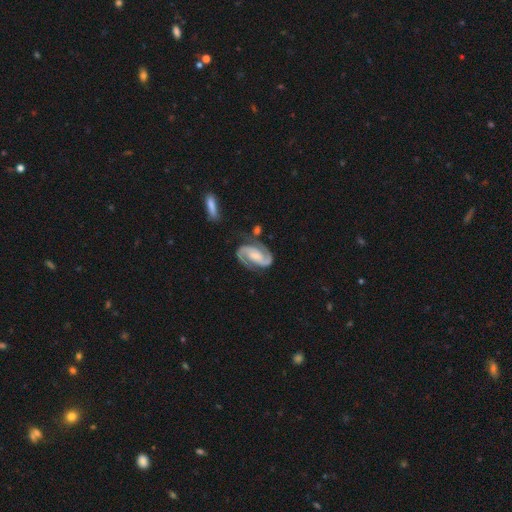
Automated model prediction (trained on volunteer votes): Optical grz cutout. It shows a featured or disk galaxy (91%) with a weak bar (39%), 2 (94%) medium (54%) spiral arms (98%) and a small central bulge (36%, tied with moderate). Merging: none (73%).